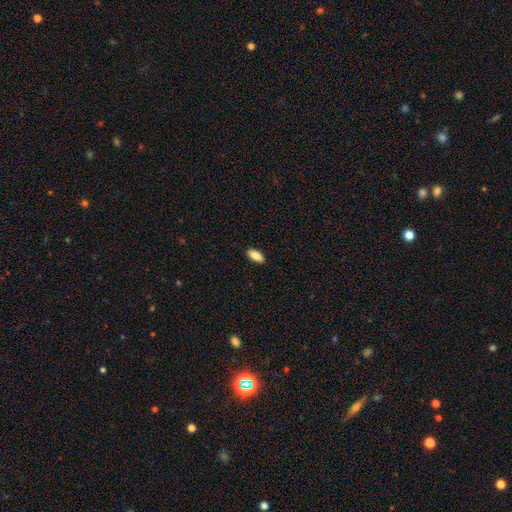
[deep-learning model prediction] Smooth or featured: smooth — 85% (featured or disk — 8%)
How rounded: in between — 84% (cigar-shaped — 14%)
Merging: none — 89% (minor disturbance — 9%)